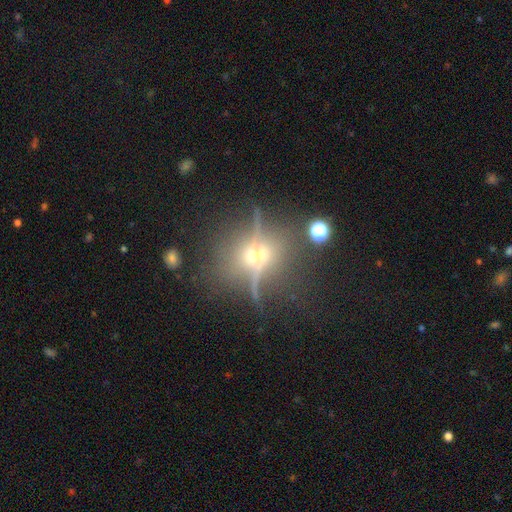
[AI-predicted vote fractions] Overall: featured or disk (60%; star or artifact 21%). Edge-on disk: yes (73%). Merging: none (72%).